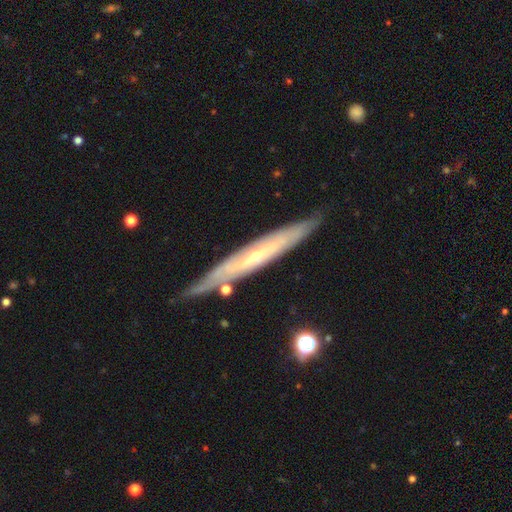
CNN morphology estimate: featured or disk 73%, smooth 21%, star or artifact 6%. Down the decision tree: edge-on disk — yes (75%); edge-on bulge — rounded (50%); merging — none (80%).